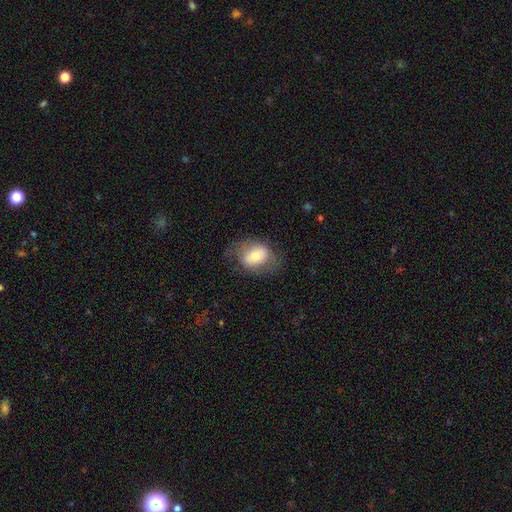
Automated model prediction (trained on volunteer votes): Smooth or featured? smooth (66%)
How rounded? in between (74%)
Merging? none (64%)